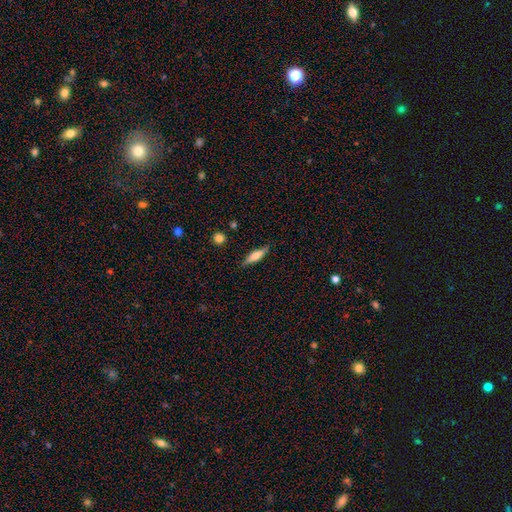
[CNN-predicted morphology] smooth-or-featured: smooth: 50% | featured or disk: 43% | star or artifact: 7%
  merging: none: 85% | minor disturbance: 11% | major disturbance: 2% | merger: 2%